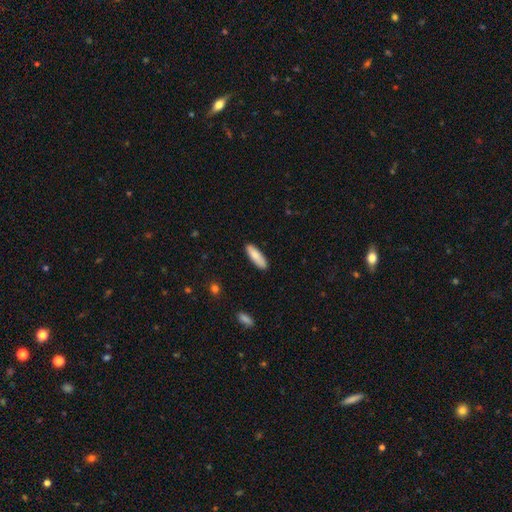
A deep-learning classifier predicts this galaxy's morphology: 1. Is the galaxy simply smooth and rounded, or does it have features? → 83% smooth, 11% featured or disk, 6% star or artifact.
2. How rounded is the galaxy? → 51% cigar-shaped, 48% in between, 2% round.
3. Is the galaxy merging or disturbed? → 88% none, 9% minor disturbance, 2% major disturbance, 1% merger.